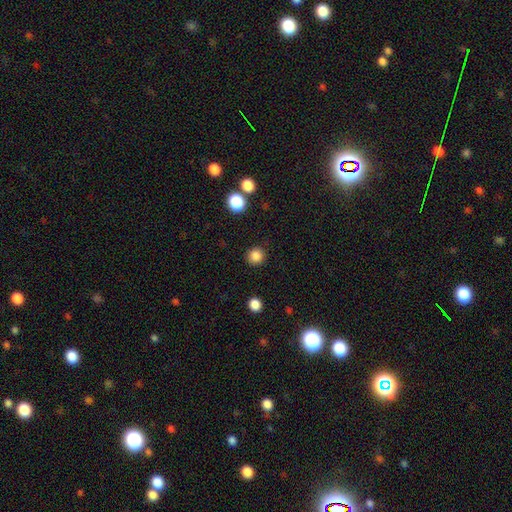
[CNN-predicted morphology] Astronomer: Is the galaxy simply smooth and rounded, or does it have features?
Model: smooth — 85%.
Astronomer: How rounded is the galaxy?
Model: round — 91%.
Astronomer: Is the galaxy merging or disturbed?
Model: none — 90%.